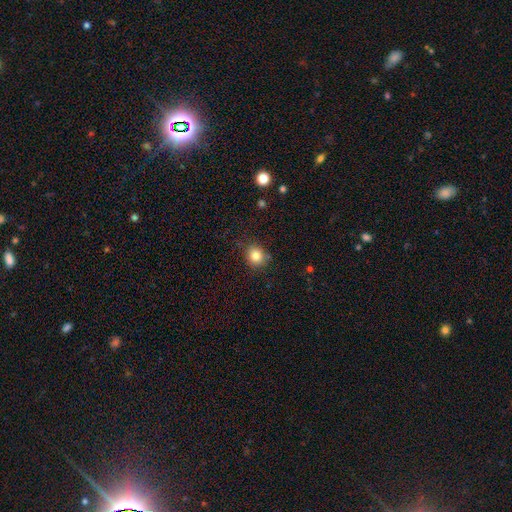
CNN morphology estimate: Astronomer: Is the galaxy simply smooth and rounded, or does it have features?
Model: smooth — 84%.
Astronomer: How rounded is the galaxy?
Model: round — 83%.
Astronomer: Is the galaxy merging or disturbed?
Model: none — 79%.